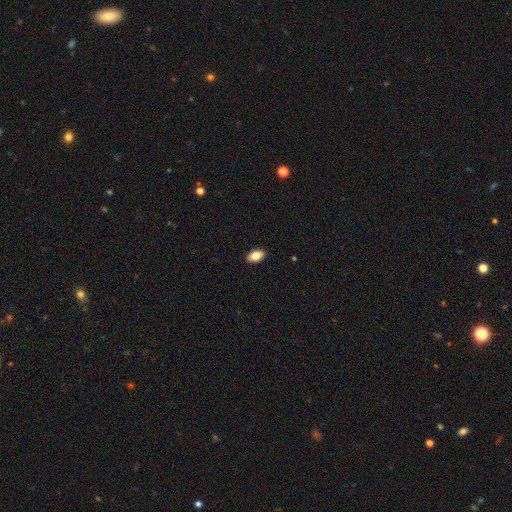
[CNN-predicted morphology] A smooth galaxy with no disk features (82%) that is in between round and cigar-shaped (92%).

Vote fractions:
- Smooth or featured? smooth: 82% / featured or disk: 10% / star or artifact: 7%
- How rounded? in between: 92% / round: 5% / cigar-shaped: 2%
- Merging? none: 90% / minor disturbance: 8% / major disturbance: 2% / merger: 1%